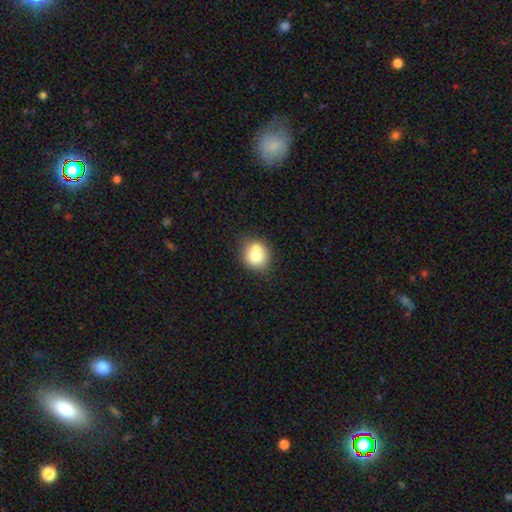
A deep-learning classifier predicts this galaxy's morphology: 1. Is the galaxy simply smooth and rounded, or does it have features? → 74% smooth, 16% featured or disk, 10% star or artifact.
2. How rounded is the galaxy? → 76% round, 24% in between, 1% cigar-shaped.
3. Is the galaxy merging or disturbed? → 56% none, 25% merger, 16% minor disturbance, 4% major disturbance.